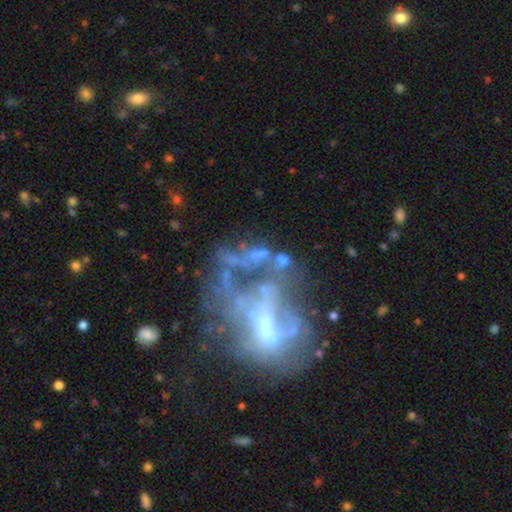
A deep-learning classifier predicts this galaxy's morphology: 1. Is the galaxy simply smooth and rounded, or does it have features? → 48% featured or disk, 26% star or artifact, 25% smooth.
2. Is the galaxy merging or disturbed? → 37% merger, 29% major disturbance, 24% none, 11% minor disturbance.